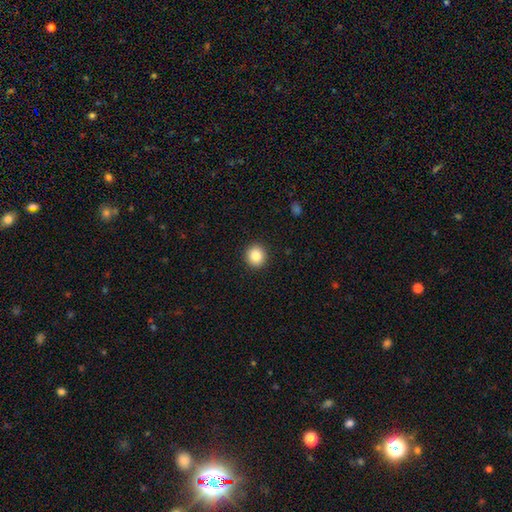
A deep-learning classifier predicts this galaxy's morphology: smooth 85%, star or artifact 10%, featured or disk 5%. Down the decision tree: how rounded — round (93%); merging — none (92%).